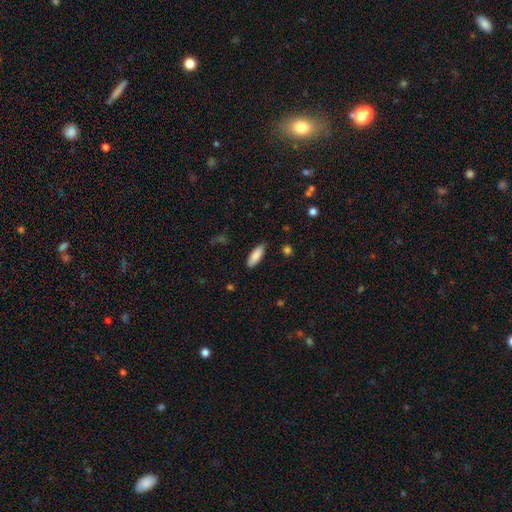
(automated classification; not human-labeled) A smooth galaxy with no disk features (86%) that is in between round and cigar-shaped (67%).

Vote fractions:
- Smooth or featured? smooth: 86% / featured or disk: 8% / star or artifact: 6%
- How rounded? in between: 67% / cigar-shaped: 32% / round: 2%
- Merging? none: 83% / minor disturbance: 14% / major disturbance: 2% / merger: 1%